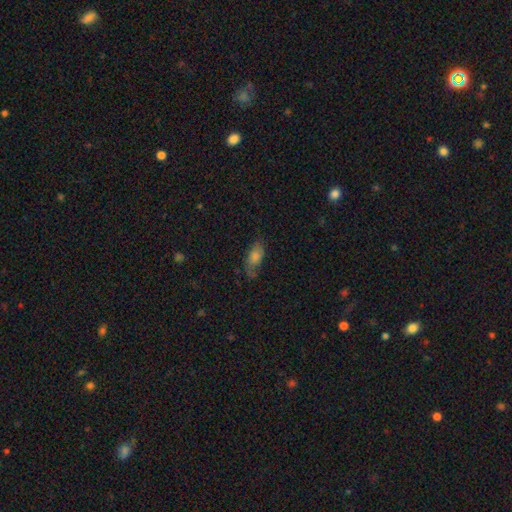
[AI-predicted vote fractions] This appears to be a smooth galaxy with no disk features (63%) that is in between round and cigar-shaped (79%). Merging: none (63%).